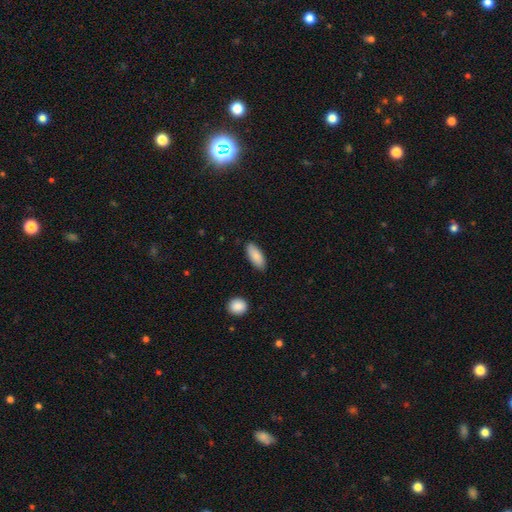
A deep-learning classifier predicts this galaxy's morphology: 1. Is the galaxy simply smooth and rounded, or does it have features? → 86% smooth, 8% featured or disk, 6% star or artifact.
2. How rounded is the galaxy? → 78% in between, 20% cigar-shaped, 2% round.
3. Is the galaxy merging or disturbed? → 86% none, 10% minor disturbance, 2% major disturbance, 2% merger.